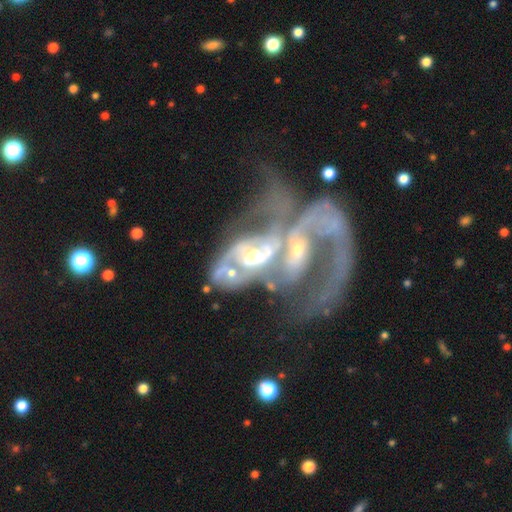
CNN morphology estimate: Smooth or featured? Predicted: featured or disk (p=0.82). Edge-on disk? Predicted: no (p=0.96). Bar? Predicted: no (p=0.54). Spiral arms? Predicted: yes (p=0.77). Spiral winding? Predicted: loose (p=0.38). Spiral arm count? Predicted: 2 (p=0.40). Bulge size? Predicted: moderate (p=0.56). Merging? Predicted: merger (p=0.76).